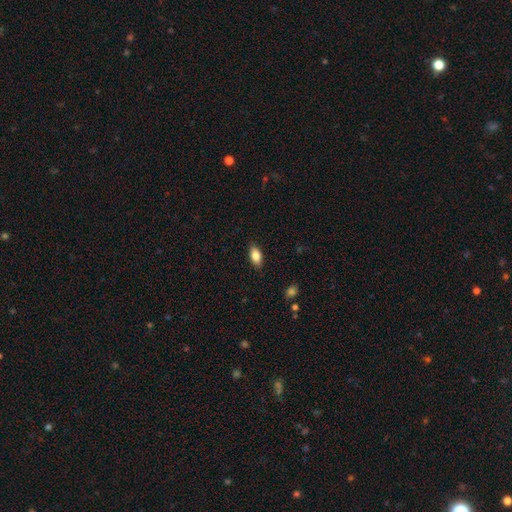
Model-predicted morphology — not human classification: Smooth or featured? smooth (83%)
How rounded? in between (90%)
Merging? none (87%)